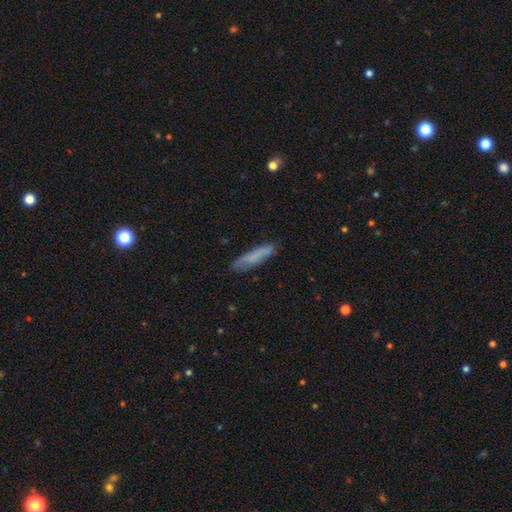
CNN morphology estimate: A smooth galaxy with no disk features (67%) that is cigar-shaped (84%). Merging: none (77%).